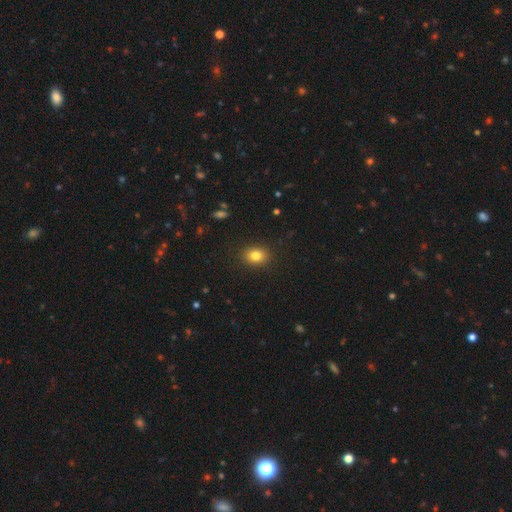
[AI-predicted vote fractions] Q: Smooth or featured?
A: smooth (82%); runner-up: star or artifact (11%)
Q: How rounded?
A: in between (58%); runner-up: round (41%)
Q: Merging?
A: none (89%); runner-up: minor disturbance (7%)